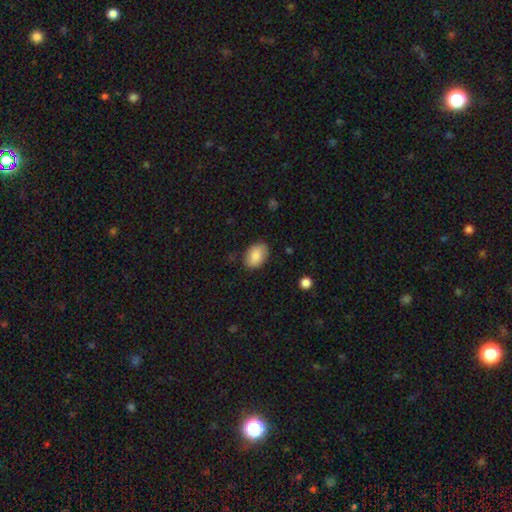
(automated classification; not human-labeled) A smooth galaxy with no disk features (86%) that is in between round and cigar-shaped (85%). Merging: none (84%).